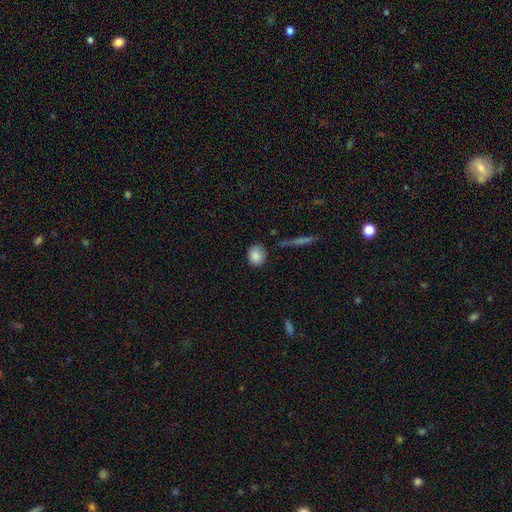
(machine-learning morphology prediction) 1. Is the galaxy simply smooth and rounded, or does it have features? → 87% smooth, 8% star or artifact, 5% featured or disk.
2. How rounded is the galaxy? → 77% round, 21% in between, 2% cigar-shaped.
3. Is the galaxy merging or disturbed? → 82% none, 12% minor disturbance, 3% merger, 3% major disturbance.